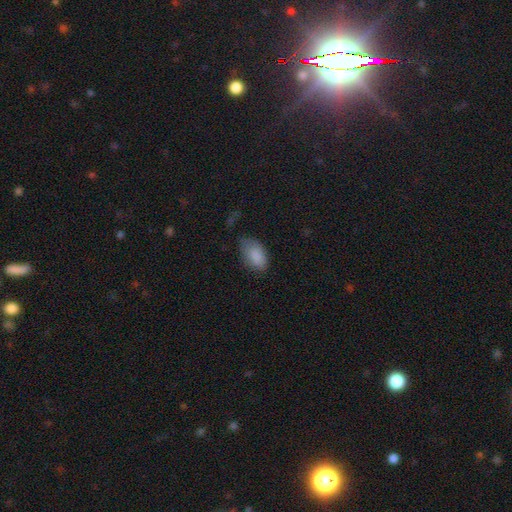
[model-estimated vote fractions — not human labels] smooth 86%, star or artifact 7%, featured or disk 6%. Down the decision tree: how rounded — in between (93%); merging — none (56%).